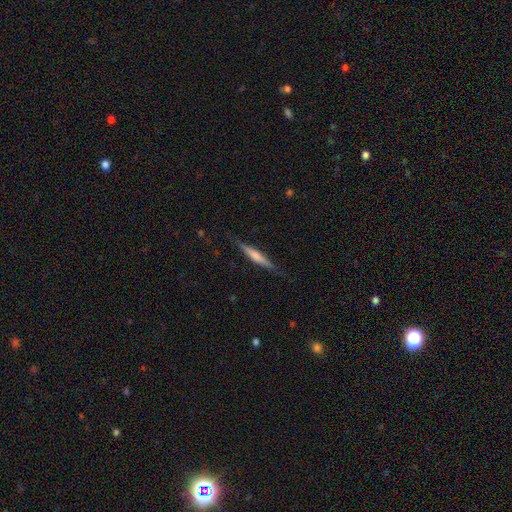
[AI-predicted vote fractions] The model was most divided on "smooth or featured": featured or disk: 49%, smooth: 45%, star or artifact: 6%. More confident: merging — none (84%).